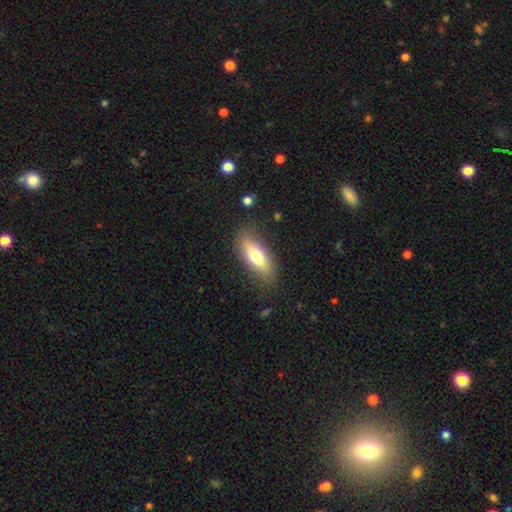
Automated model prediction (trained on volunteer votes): Smooth or featured? smooth (66%)
How rounded? in between (64%)
Merging? none (82%)